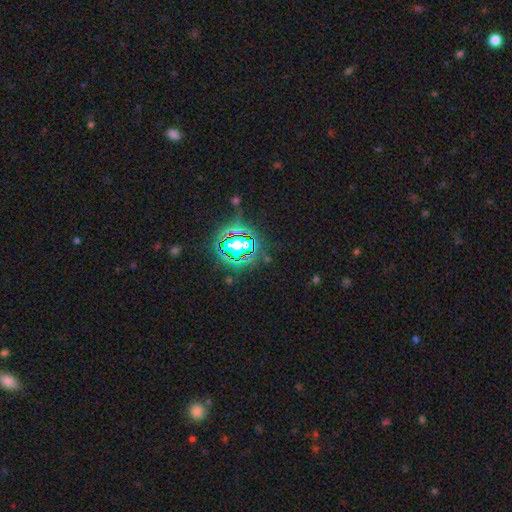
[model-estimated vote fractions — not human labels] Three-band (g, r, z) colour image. It shows a star or artifact, not a galaxy (82%).